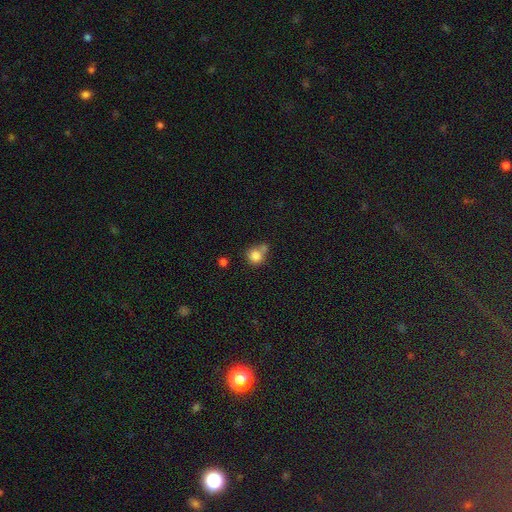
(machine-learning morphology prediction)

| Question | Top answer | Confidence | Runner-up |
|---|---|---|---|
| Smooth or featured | smooth | 82% | star or artifact (11%) |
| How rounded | round | 87% | in between (12%) |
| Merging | none | 50% | merger (32%) |